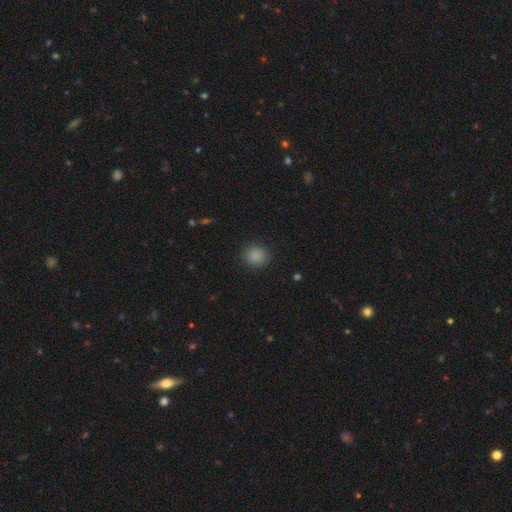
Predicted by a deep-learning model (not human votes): smooth 87%, star or artifact 10%, featured or disk 3%. Down the decision tree: how rounded — round (88%); merging — none (90%).